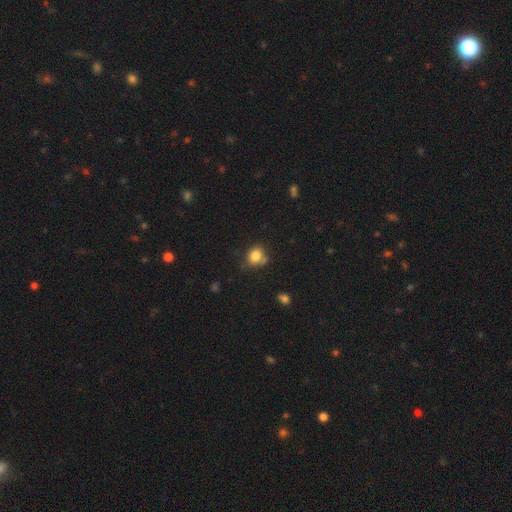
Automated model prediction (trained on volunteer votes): smooth_or_featured: smooth (p=0.81) [alt: star or artifact p=0.11]
how_rounded: round (p=0.68) [alt: in between p=0.31]
merging: none (p=0.62) [alt: minor disturbance p=0.21]